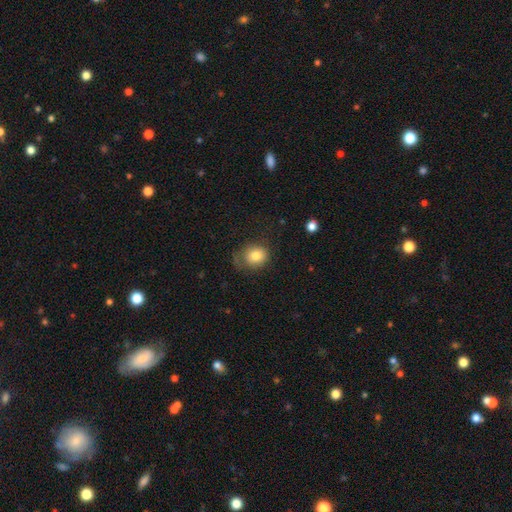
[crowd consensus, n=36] Smooth or featured? 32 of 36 (89%) said smooth. How rounded? 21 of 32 (66%) said round. Merging? 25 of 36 (69%) said none.